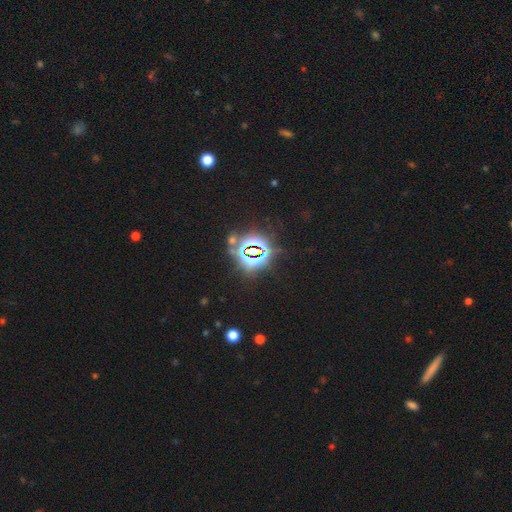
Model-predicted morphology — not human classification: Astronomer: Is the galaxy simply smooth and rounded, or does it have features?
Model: star or artifact — 85%.